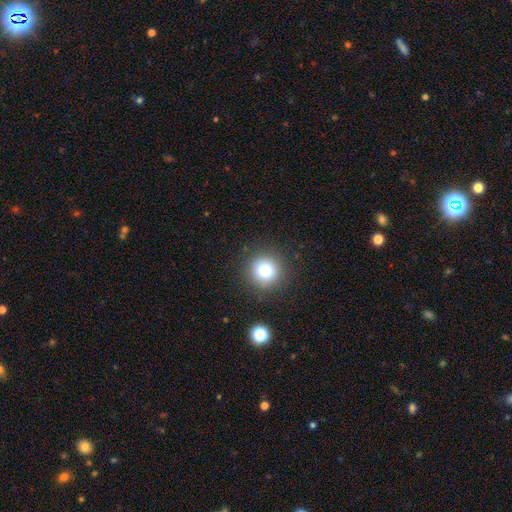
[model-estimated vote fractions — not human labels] Smooth or featured?
  - smooth: 74% *
  - star or artifact: 20%
  - featured or disk: 6%
How rounded?
  - round: 94% *
  - in between: 4%
  - cigar-shaped: 1%
Merging?
  - none: 92% *
  - minor disturbance: 5%
  - major disturbance: 2%
  - merger: 1%